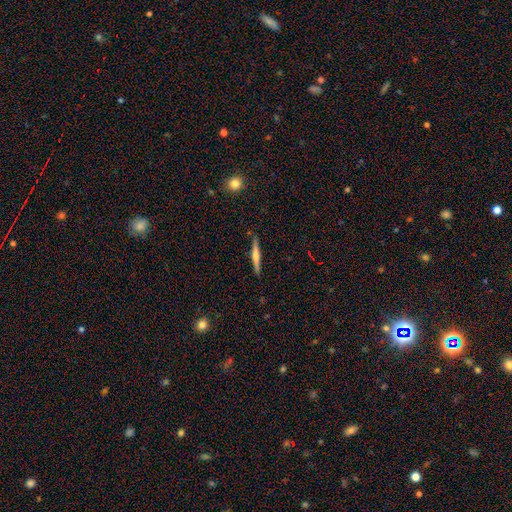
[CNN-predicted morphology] Smooth or featured: featured or disk — 57% (smooth — 37%)
Edge-on disk: yes — 98% (no — 2%)
Edge-on bulge: rounded — 72% (none — 19%)
Merging: none — 89% (minor disturbance — 8%)